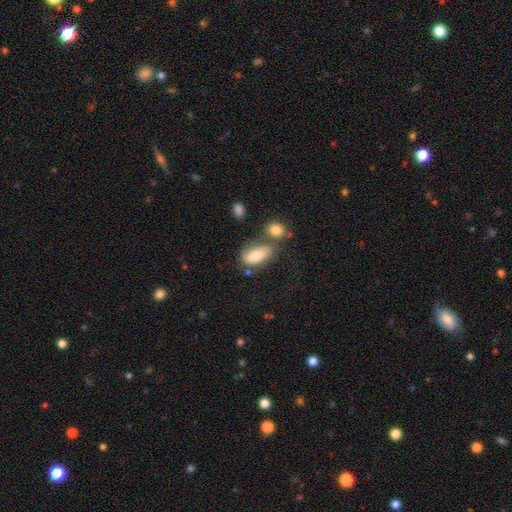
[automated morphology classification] type=smooth (71%); roundness=in between (89%); merging=none (50%).